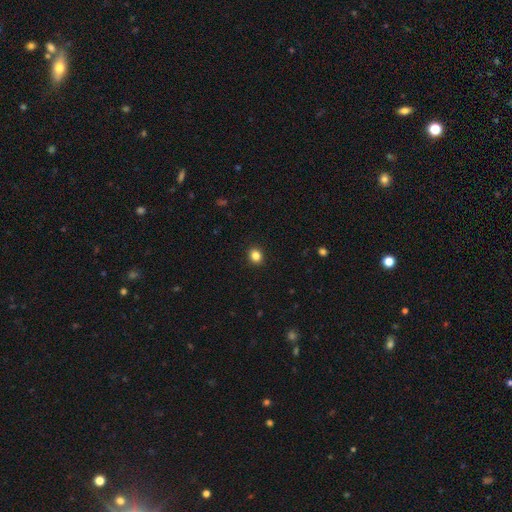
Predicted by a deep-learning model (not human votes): Smooth or featured? smooth (84%)
How rounded? round (75%)
Merging? none (92%)